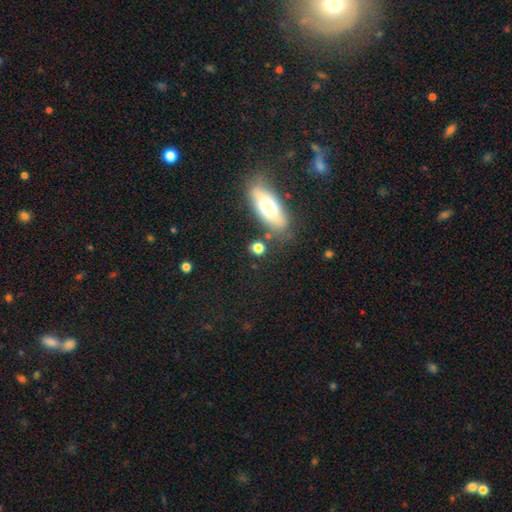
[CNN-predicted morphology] Smooth or featured? smooth (58%)
How rounded? in between (67%)
Merging? none (76%)